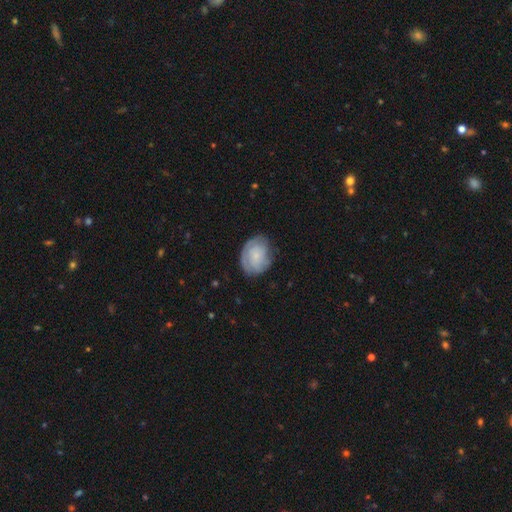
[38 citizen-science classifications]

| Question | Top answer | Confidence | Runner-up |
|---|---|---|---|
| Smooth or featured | featured or disk | 66% | smooth (32%) |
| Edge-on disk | no | 96% | yes (4%) |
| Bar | no | 83% | strong (8%) |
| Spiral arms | yes | 71% | no (29%) |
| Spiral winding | tight | 71% | medium (18%) |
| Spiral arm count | can't tell | 35% | 2 (29%) |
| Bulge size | small | 79% | large (8%) |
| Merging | none | 41% | minor disturbance (38%) |